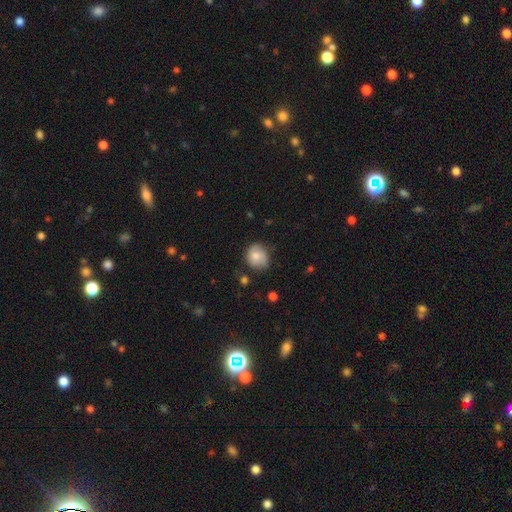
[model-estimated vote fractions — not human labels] A smooth galaxy with no disk features (68%) that is round (73%).

Vote fractions:
- Smooth or featured? smooth: 68% / featured or disk: 24% / star or artifact: 8%
- How rounded? round: 73% / in between: 27% / cigar-shaped: 1%
- Merging? none: 66% / minor disturbance: 26% / major disturbance: 6% / merger: 2%